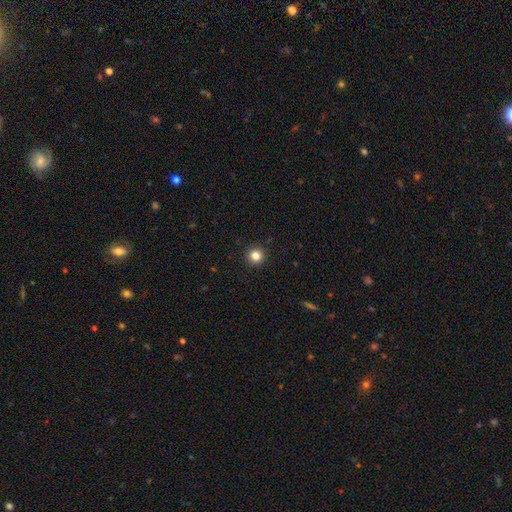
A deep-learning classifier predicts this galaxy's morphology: type=smooth (83%); roundness=round (95%); merging=none (93%).